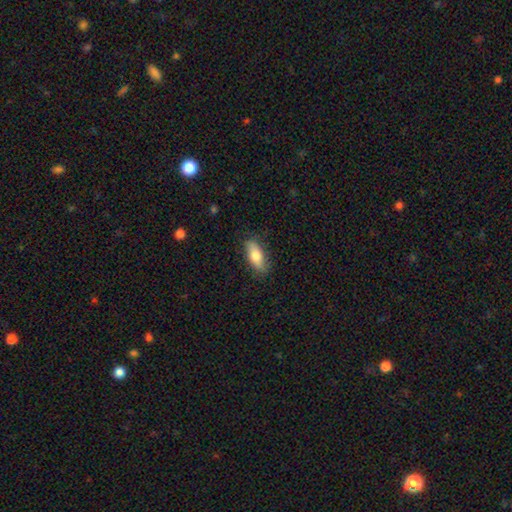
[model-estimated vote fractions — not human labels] Smooth or featured: smooth — 73% (featured or disk — 21%)
How rounded: in between — 78% (cigar-shaped — 19%)
Merging: none — 82% (minor disturbance — 14%)